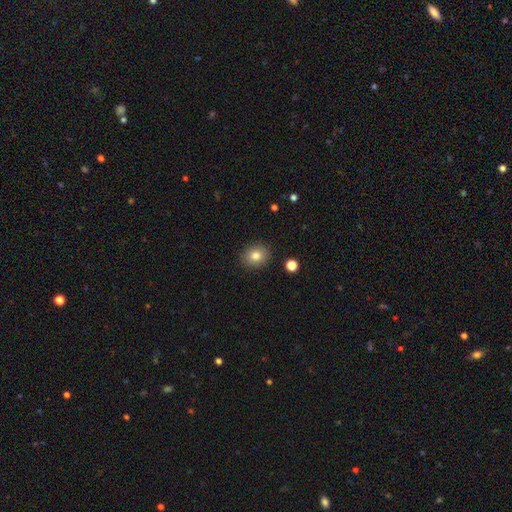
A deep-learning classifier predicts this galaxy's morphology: Overall: smooth (82%). How rounded: round (64%; in between 35%). Merging: none (89%).